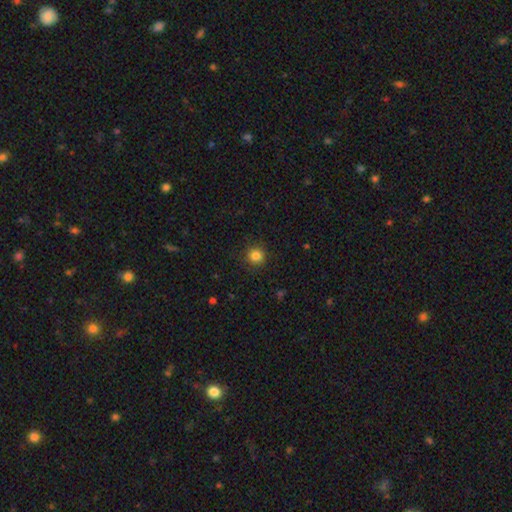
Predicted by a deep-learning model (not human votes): Smooth or featured: smooth — 84% (star or artifact — 12%)
How rounded: round — 93% (in between — 7%)
Merging: none — 90% (minor disturbance — 7%)